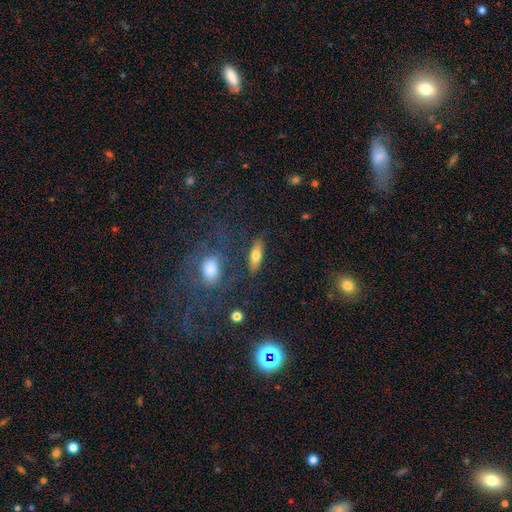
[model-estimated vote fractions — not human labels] smooth 66%, featured or disk 26%, star or artifact 8%. Down the decision tree: how rounded — in between (55%); merging — none (79%).